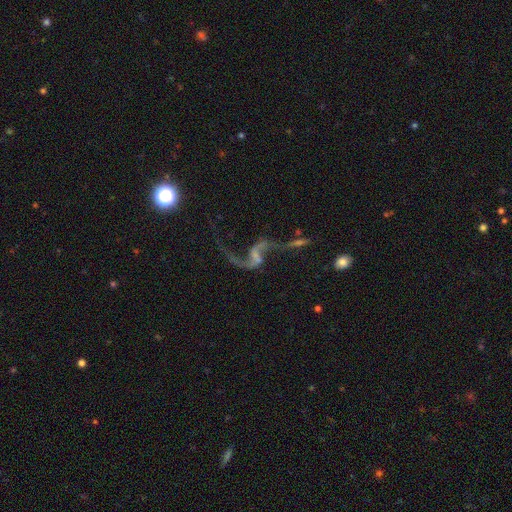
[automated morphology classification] type=featured or disk (85%); edge-on=no (96%); bar=no (41%); spiral arms=yes (93%); winding=loose (91%); arm count=2 (90%); bulge=none (51%); merging=none (48%).